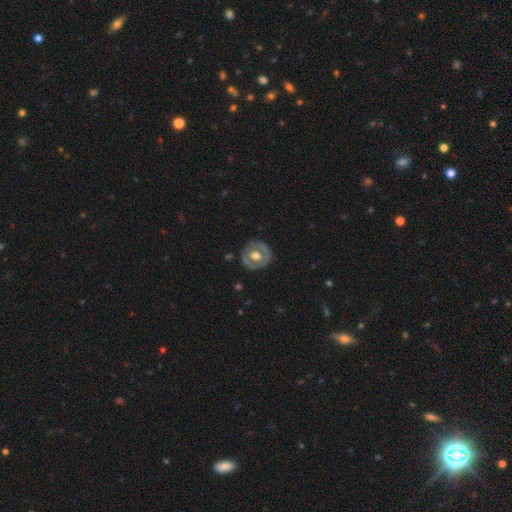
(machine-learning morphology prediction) This is possibly a featured or disk galaxy (55%). It is clearly not viewed edge-on (95%). Bar: likely no (76%). Spiral arm pattern: clearly no (82%). Central bulge: possibly moderate (60%). Merging: clearly none (81%).